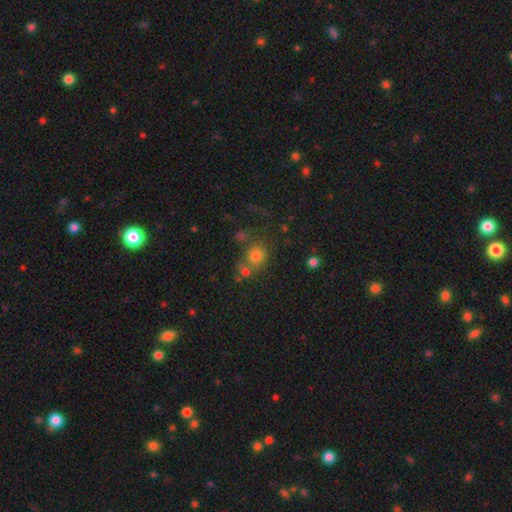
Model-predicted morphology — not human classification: smooth 73%, star or artifact 16%, featured or disk 10%. Down the decision tree: how rounded — round (83%); merging — none (57%).